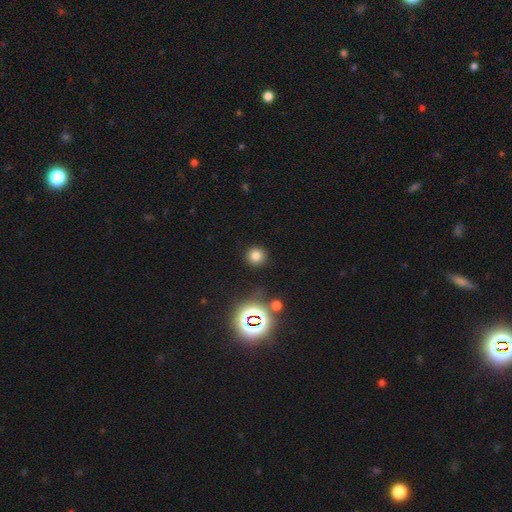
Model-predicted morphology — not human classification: smooth_or_featured: smooth (p=0.76) [alt: star or artifact p=0.18]
how_rounded: round (p=0.92) [alt: in between p=0.07]
merging: none (p=0.89) [alt: minor disturbance p=0.06]